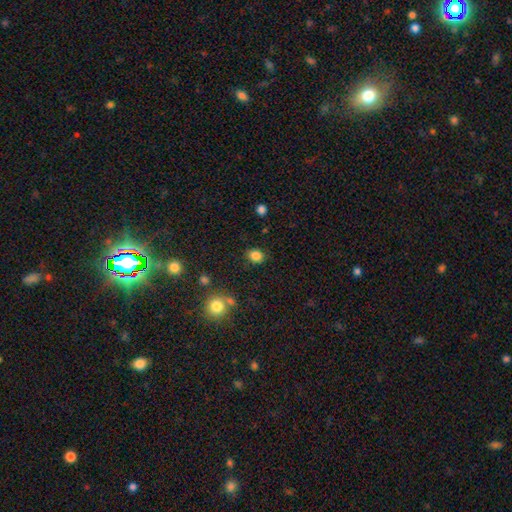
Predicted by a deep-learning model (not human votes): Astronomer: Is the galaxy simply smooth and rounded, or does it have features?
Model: smooth — 84%.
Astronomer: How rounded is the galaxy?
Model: round — 54% (runner-up: in between, 45%).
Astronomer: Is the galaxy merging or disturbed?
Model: none — 83%.